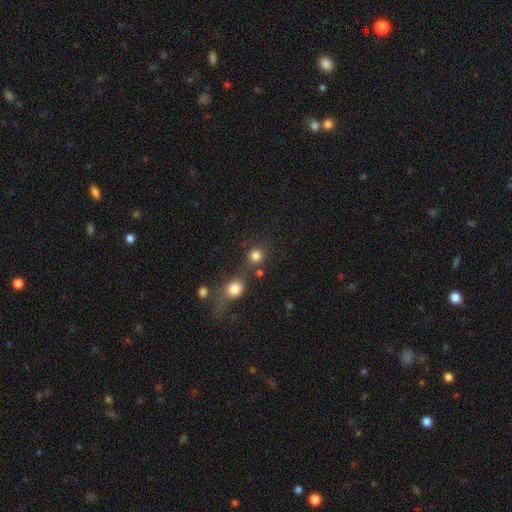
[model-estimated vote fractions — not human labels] smooth_or_featured: smooth (p=0.81) [alt: star or artifact p=0.12]
how_rounded: round (p=0.90) [alt: in between p=0.09]
merging: none (p=0.65) [alt: merger p=0.21]